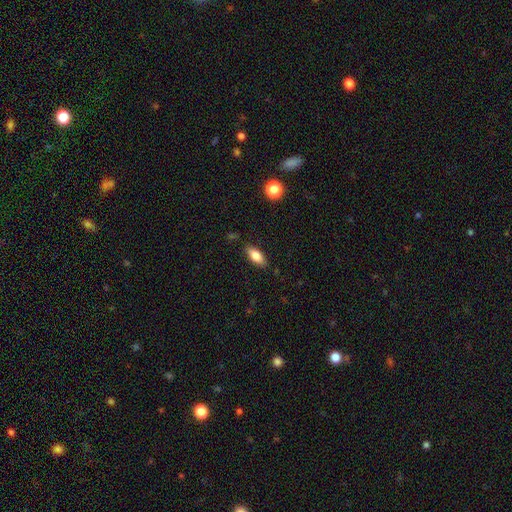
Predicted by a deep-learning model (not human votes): Smooth or featured? Predicted: smooth (p=0.80). How rounded? Predicted: in between (p=0.83). Merging? Predicted: none (p=0.85).